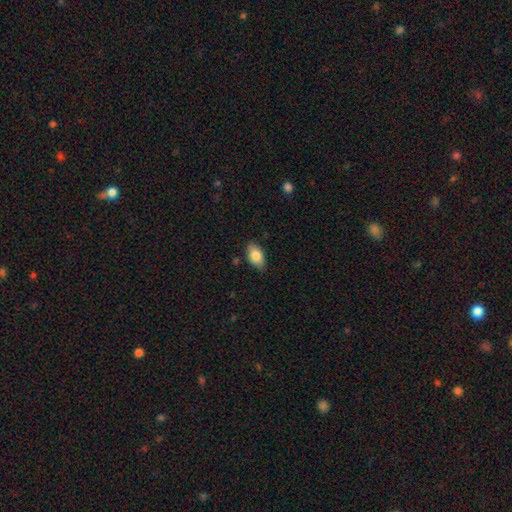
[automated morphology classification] This is clearly a smooth galaxy (83%). How rounded: clearly in between (93%). Merging: clearly none (84%).